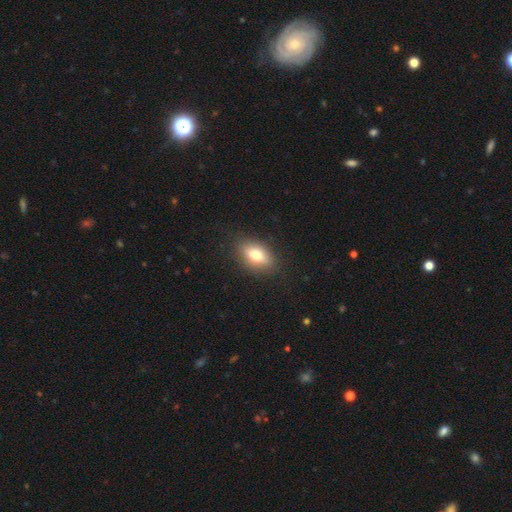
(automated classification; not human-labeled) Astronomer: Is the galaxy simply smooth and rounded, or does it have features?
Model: smooth — 73%.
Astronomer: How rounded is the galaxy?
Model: in between — 84%.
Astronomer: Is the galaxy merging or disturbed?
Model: none — 85%.